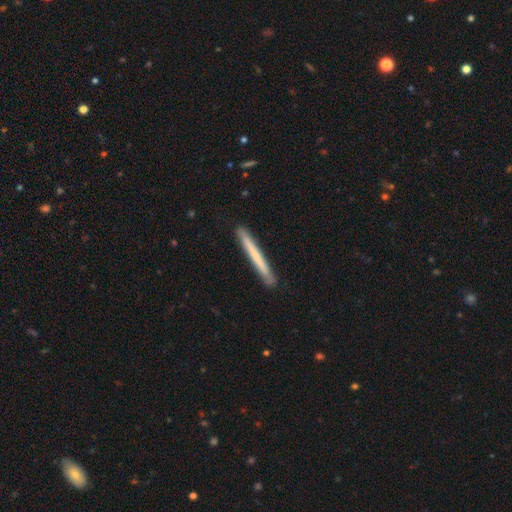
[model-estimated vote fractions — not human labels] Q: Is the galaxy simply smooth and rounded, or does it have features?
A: smooth — 62%.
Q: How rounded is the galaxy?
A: cigar-shaped — 97%.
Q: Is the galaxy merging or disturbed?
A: none — 90%.